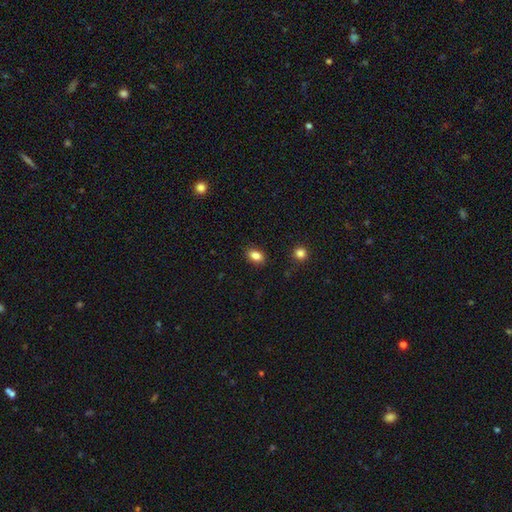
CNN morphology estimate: smooth_or_featured: smooth (p=0.84) [alt: star or artifact p=0.10]
how_rounded: in between (p=0.82) [alt: round p=0.16]
merging: none (p=0.88) [alt: minor disturbance p=0.09]